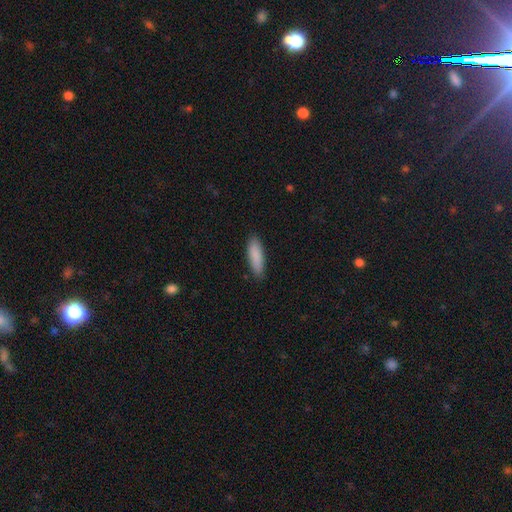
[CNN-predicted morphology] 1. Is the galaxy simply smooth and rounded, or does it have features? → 88% smooth, 6% featured or disk, 6% star or artifact.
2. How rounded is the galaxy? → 52% cigar-shaped, 46% in between, 1% round.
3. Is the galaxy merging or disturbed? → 85% none, 11% minor disturbance, 2% major disturbance, 1% merger.